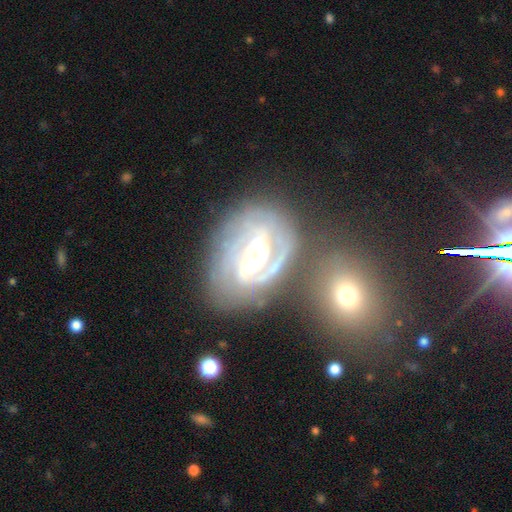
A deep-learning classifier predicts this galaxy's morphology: Smooth or featured: featured or disk — 86% (smooth — 8%)
Edge-on disk: no — 96% (yes — 4%)
Bar: weak — 40% (strong — 32%)
Spiral arms: yes — 94% (no — 6%)
Spiral winding: tight — 59% (medium — 33%)
Spiral arm count: 2 — 37% (3 — 24%)
Bulge size: small — 52% (moderate — 41%)
Merging: none — 59% (minor disturbance — 18%)